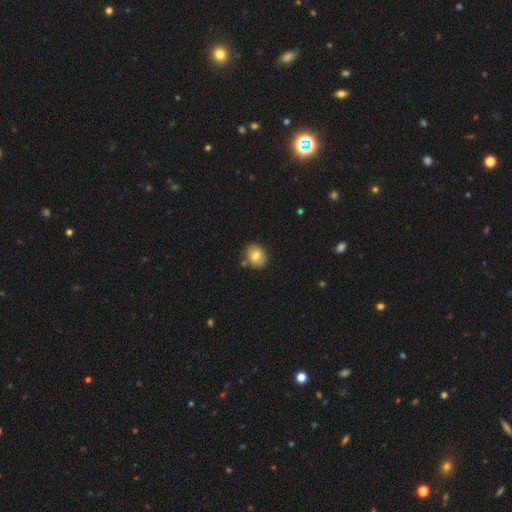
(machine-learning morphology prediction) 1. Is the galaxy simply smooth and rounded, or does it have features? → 79% smooth, 12% featured or disk, 9% star or artifact.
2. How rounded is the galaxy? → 74% round, 25% in between, 1% cigar-shaped.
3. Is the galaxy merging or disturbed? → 82% none, 11% minor disturbance, 5% merger, 2% major disturbance.